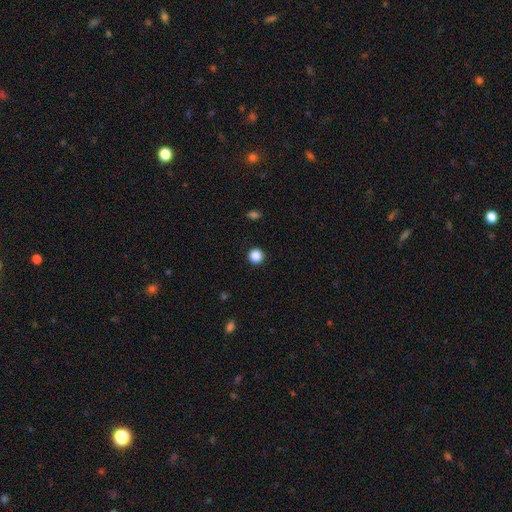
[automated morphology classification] smooth 87%, star or artifact 11%, featured or disk 3%. Down the decision tree: how rounded — round (95%); merging — none (93%).